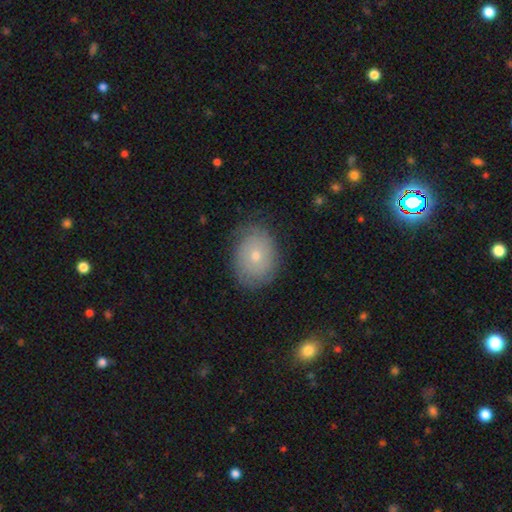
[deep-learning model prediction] smooth-or-featured: smooth: 52% | featured or disk: 40% | star or artifact: 9%
  how-rounded: in between: 56% | round: 43% | cigar-shaped: 1%
  merging: none: 75% | minor disturbance: 18% | major disturbance: 5% | merger: 1%